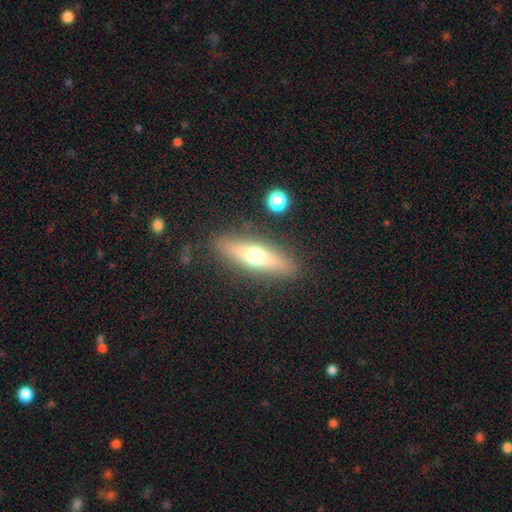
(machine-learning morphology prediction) Overall: smooth (47%; featured or disk 45%). Merging: none (86%).